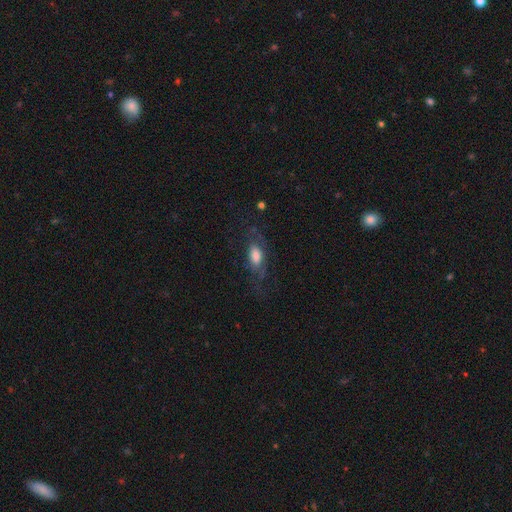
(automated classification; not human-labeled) Smooth or featured? smooth (46%)
Merging? none (55%)